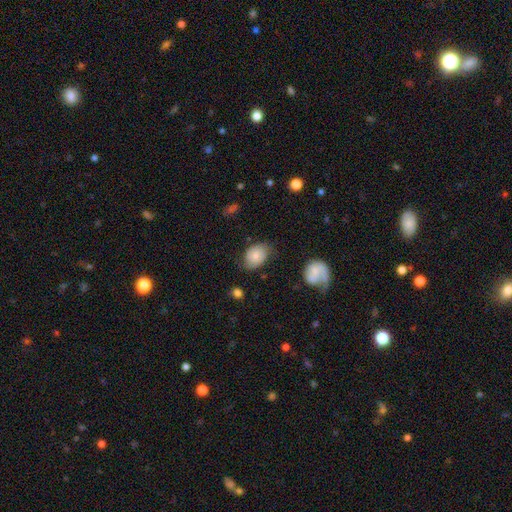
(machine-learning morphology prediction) smooth-or-featured: smooth: 59% | featured or disk: 33% | star or artifact: 8%
  how-rounded: in between: 72% | round: 27% | cigar-shaped: 1%
  merging: none: 61% | minor disturbance: 28% | major disturbance: 9% | merger: 2%